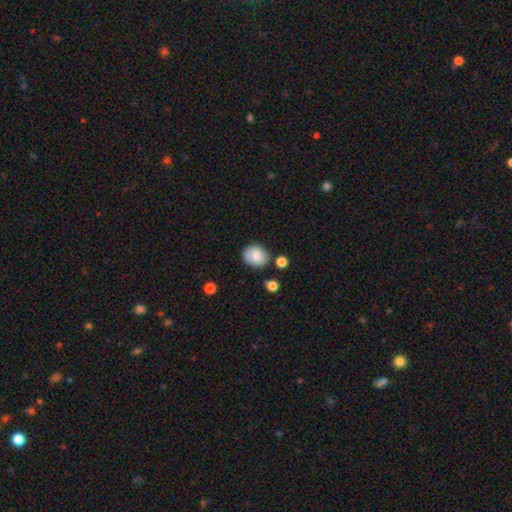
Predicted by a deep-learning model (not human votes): Q: Smooth or featured?
A: smooth (80%); runner-up: featured or disk (11%)
Q: How rounded?
A: round (55%); runner-up: in between (44%)
Q: Merging?
A: none (77%); runner-up: minor disturbance (14%)